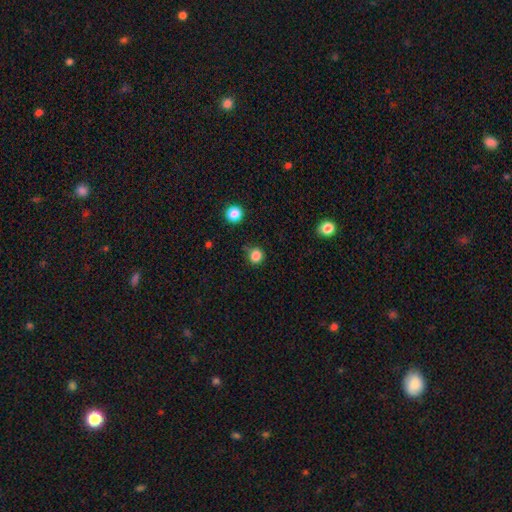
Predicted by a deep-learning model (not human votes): smooth_or_featured: smooth (p=0.84) [alt: star or artifact p=0.13]
how_rounded: round (p=0.89) [alt: in between p=0.10]
merging: none (p=0.77) [alt: minor disturbance p=0.16]